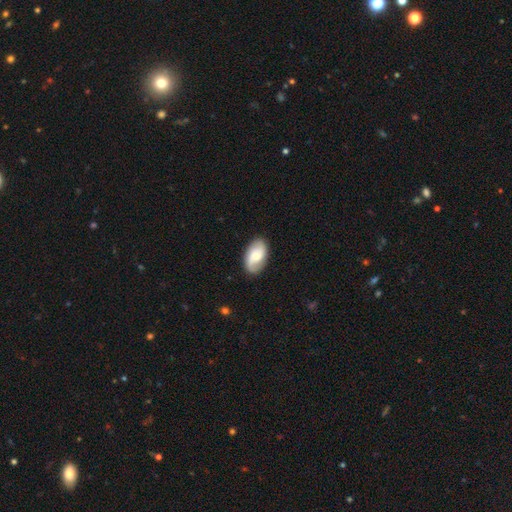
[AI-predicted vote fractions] A featured or disk galaxy (57%) with no bar (49%), spiral arms (90%) and a moderate central bulge (51%).

Vote fractions:
- Smooth or featured? featured or disk: 57% / smooth: 37% / star or artifact: 6%
- Edge-on disk? no: 96% / yes: 4%
- Bar? no: 49% / weak: 42% / strong: 9%
- Spiral arms? yes: 90% / no: 10%
- Bulge size? moderate: 51% / small: 33% / large: 10% / none: 5% / dominant: 2%
- Merging? none: 83% / minor disturbance: 12% / major disturbance: 3% / merger: 1%